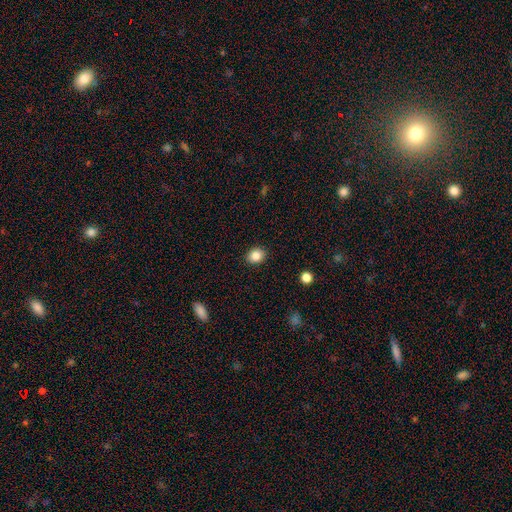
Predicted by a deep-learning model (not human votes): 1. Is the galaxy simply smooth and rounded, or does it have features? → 85% smooth, 10% star or artifact, 5% featured or disk.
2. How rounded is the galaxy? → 58% round, 41% in between, 1% cigar-shaped.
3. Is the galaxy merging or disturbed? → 90% none, 7% minor disturbance, 2% major disturbance, 1% merger.